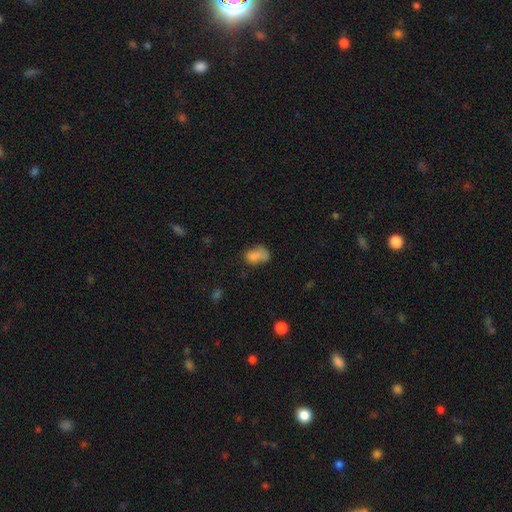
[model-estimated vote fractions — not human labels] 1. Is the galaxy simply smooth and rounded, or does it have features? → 77% smooth, 12% star or artifact, 11% featured or disk.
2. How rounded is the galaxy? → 83% in between, 14% round, 2% cigar-shaped.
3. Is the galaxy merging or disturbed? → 38% none, 26% minor disturbance, 20% merger, 16% major disturbance.